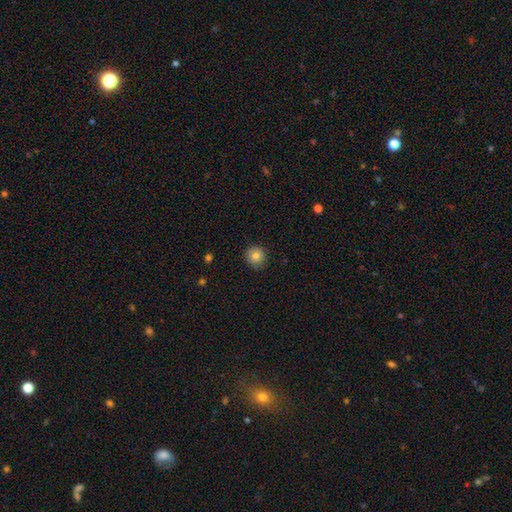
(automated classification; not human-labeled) A smooth galaxy with no disk features (82%) that is round (93%). Merging: none (89%).